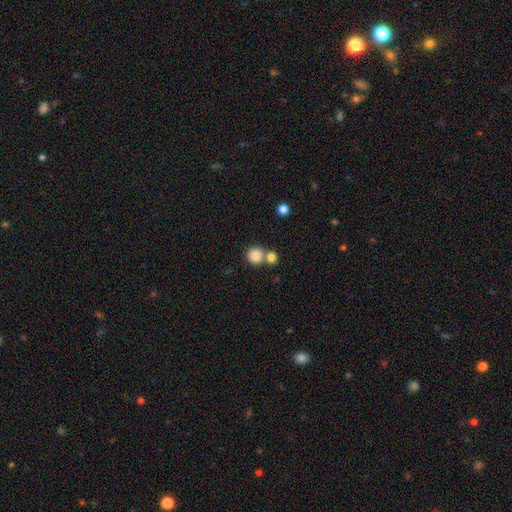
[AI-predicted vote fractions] Smooth or featured?
  - smooth: 84% *
  - star or artifact: 10%
  - featured or disk: 6%
How rounded?
  - round: 91% *
  - in between: 8%
  - cigar-shaped: 1%
Merging?
  - none: 56% *
  - merger: 34%
  - minor disturbance: 7%
  - major disturbance: 3%